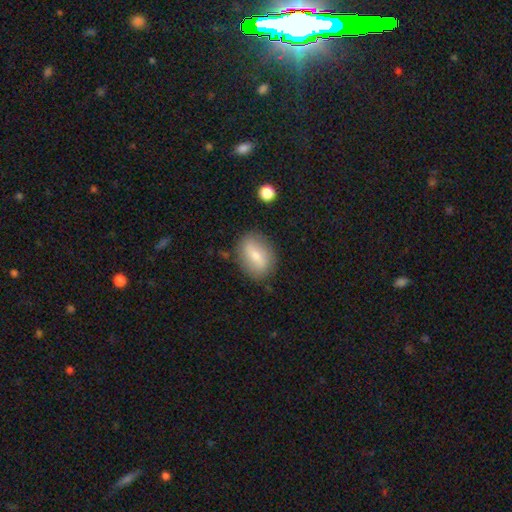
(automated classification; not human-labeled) smooth_or_featured: smooth (p=0.65) [alt: featured or disk p=0.28]
how_rounded: in between (p=0.78) [alt: round p=0.19]
merging: none (p=0.79) [alt: minor disturbance p=0.15]